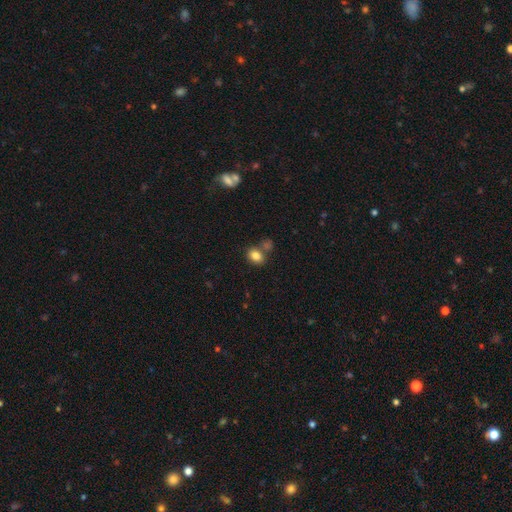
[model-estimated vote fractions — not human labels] smooth_or_featured: smooth (p=0.83) [alt: star or artifact p=0.10]
how_rounded: in between (p=0.68) [alt: round p=0.31]
merging: none (p=0.61) [alt: merger p=0.22]